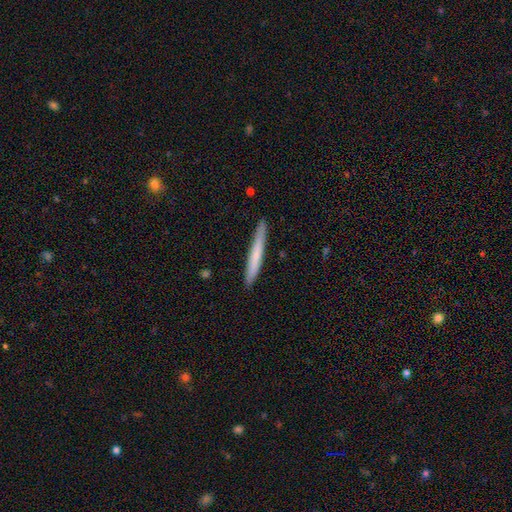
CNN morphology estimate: smooth 67%, featured or disk 28%, star or artifact 6%. Down the decision tree: how rounded — cigar-shaped (97%); merging — none (90%).